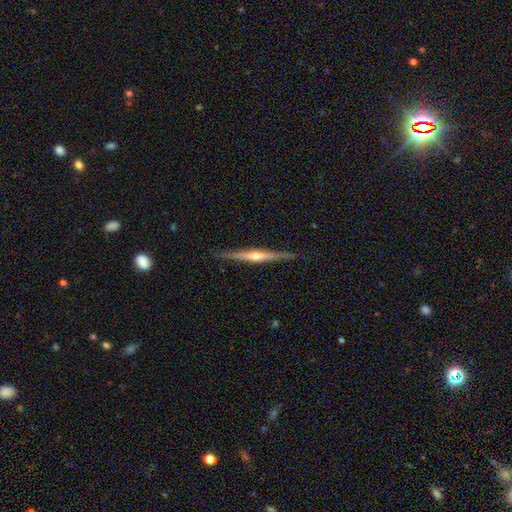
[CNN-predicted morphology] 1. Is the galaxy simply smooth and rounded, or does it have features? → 76% featured or disk, 19% smooth, 6% star or artifact.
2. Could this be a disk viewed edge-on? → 98% yes, 2% no.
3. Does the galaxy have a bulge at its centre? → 77% rounded, 16% none, 6% boxy.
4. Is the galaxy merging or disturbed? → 88% none, 9% minor disturbance, 2% major disturbance, 1% merger.